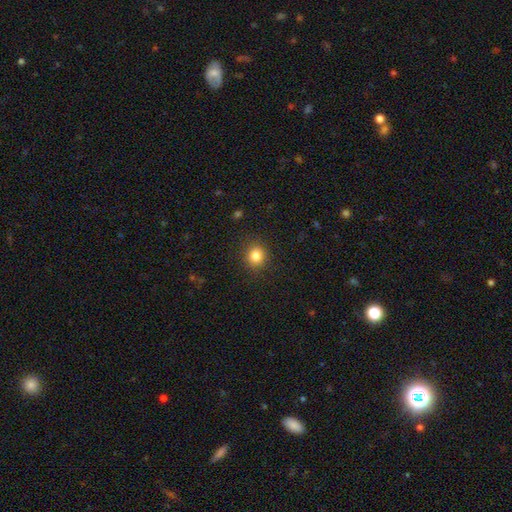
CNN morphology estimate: Smooth or featured? smooth (83%)
How rounded? round (81%)
Merging? none (89%)